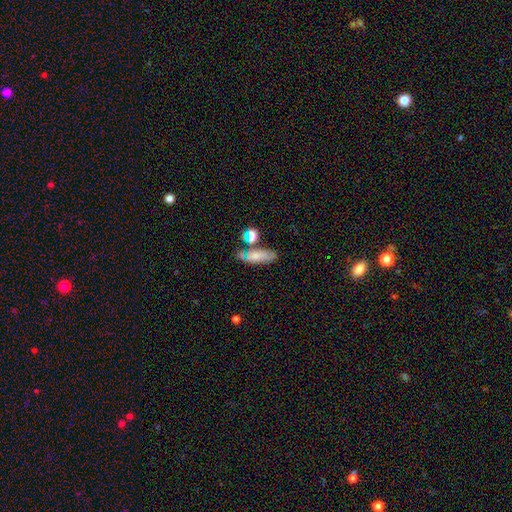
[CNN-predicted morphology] smooth_or_featured: smooth (p=0.71) [alt: featured or disk p=0.18]
how_rounded: in between (p=0.62) [alt: cigar-shaped p=0.31]
merging: none (p=0.57) [alt: minor disturbance p=0.19]